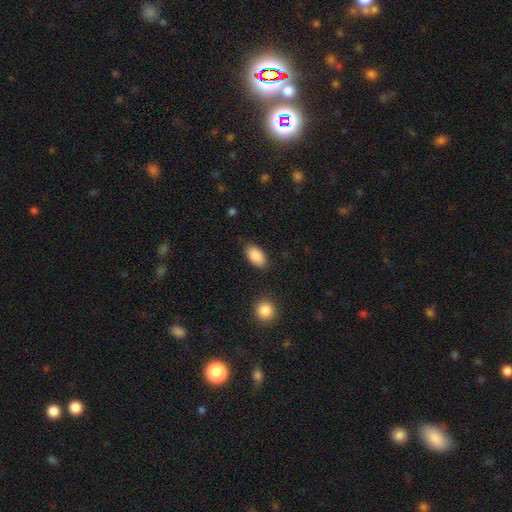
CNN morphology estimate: A smooth galaxy with no disk features (89%) that is in between round and cigar-shaped (93%). Merging: none (84%).